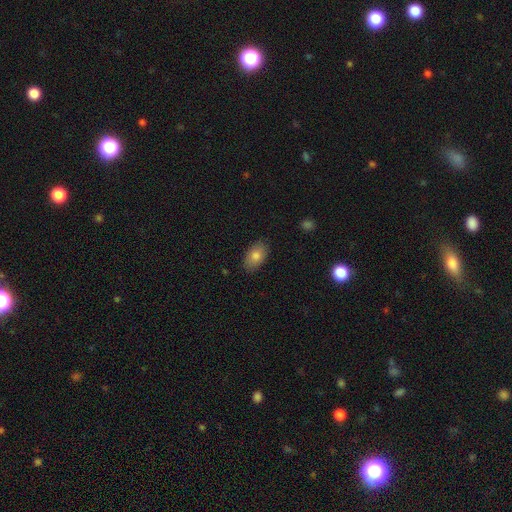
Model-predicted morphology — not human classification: A smooth galaxy with no disk features (81%) that is in between round and cigar-shaped (92%). Merging: none (85%).